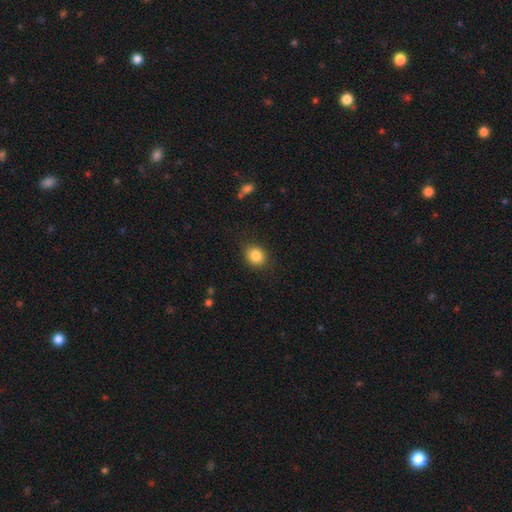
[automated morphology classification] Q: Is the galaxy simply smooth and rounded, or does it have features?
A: smooth — 86%.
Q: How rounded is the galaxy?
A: round — 68%.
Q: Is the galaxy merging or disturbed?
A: none — 85%.